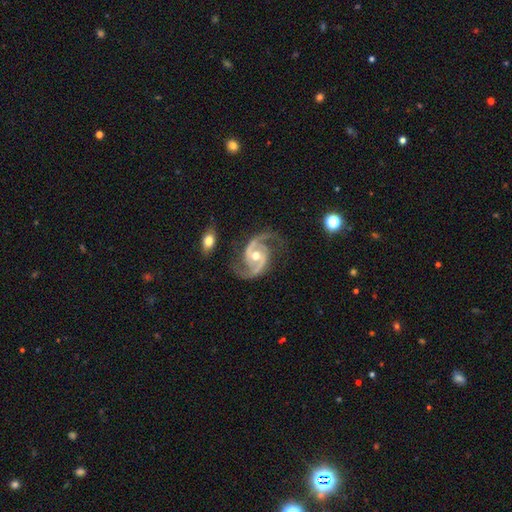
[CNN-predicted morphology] Overall: featured or disk (93%). Edge-on disk: no (98%). Bar: no (51%; weak 33%). Spiral arms: yes (98%). Spiral arm count: 2 (93%). Spiral winding: medium (60%; loose 22%). Bulge size: moderate (77%). Merging: none (75%).